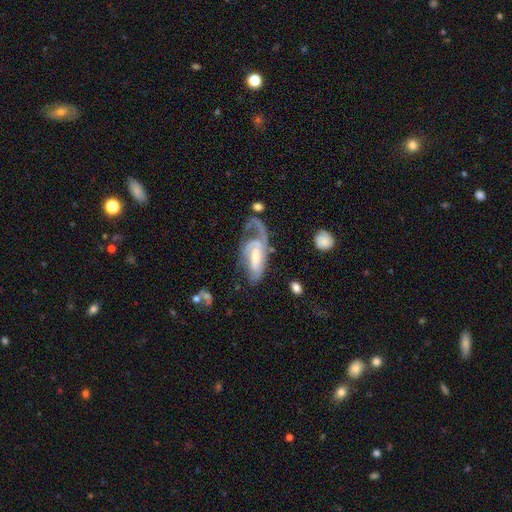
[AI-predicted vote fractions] Smooth or featured? Predicted: featured or disk (p=0.78). Edge-on disk? Predicted: no (p=0.93). Bar? Predicted: weak (p=0.42). Spiral arms? Predicted: yes (p=0.89). Spiral winding? Predicted: medium (p=0.42). Spiral arm count? Predicted: 1 (p=0.46). Bulge size? Predicted: moderate (p=0.44). Merging? Predicted: major disturbance (p=0.47).